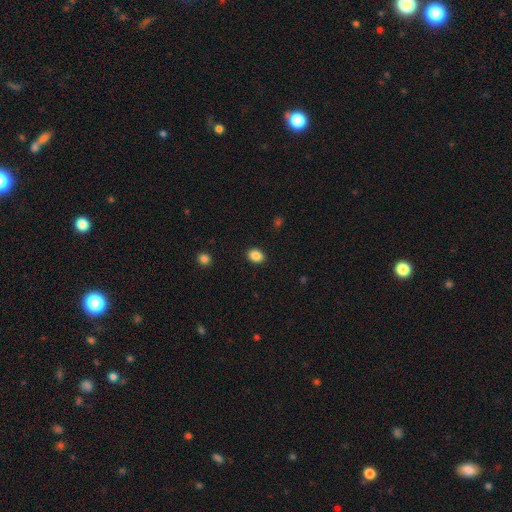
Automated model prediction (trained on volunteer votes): Smooth or featured? Predicted: smooth (p=0.87). How rounded? Predicted: in between (p=0.62). Merging? Predicted: none (p=0.90).